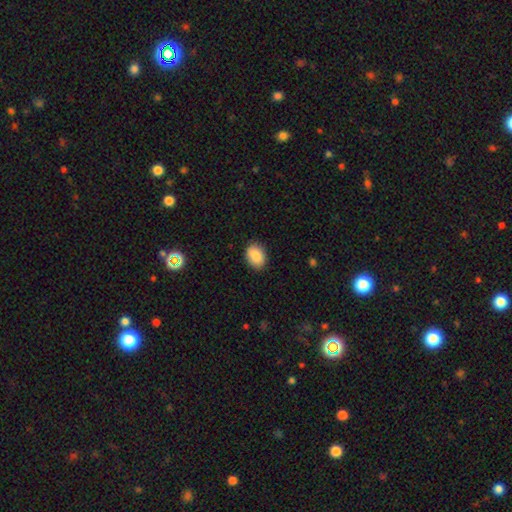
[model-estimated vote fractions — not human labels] Smooth or featured? smooth (87%)
How rounded? in between (73%)
Merging? none (88%)